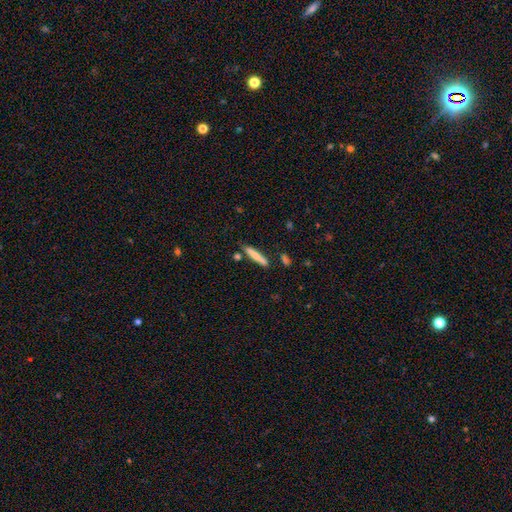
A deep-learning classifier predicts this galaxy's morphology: Smooth or featured? smooth (64%)
How rounded? cigar-shaped (90%)
Merging? none (80%)